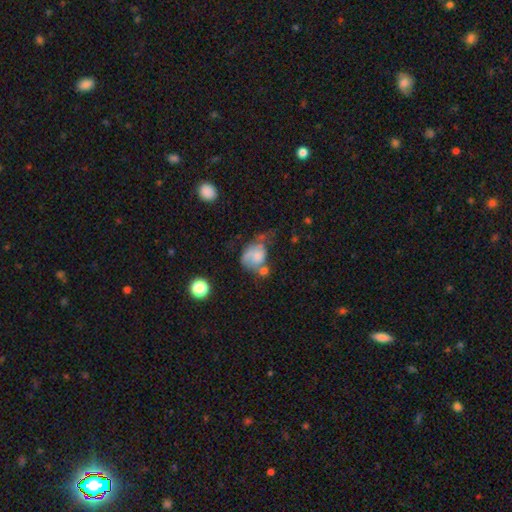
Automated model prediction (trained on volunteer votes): Q: Smooth or featured?
A: smooth (54%); runner-up: featured or disk (35%)
Q: How rounded?
A: in between (56%); runner-up: round (43%)
Q: Merging?
A: major disturbance (35%); runner-up: merger (28%)